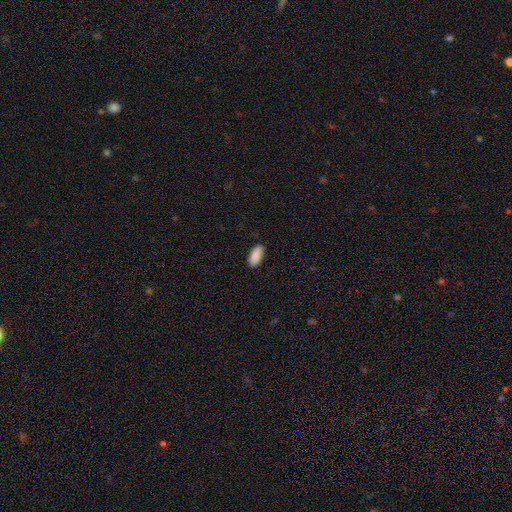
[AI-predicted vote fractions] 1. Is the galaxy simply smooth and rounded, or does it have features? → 90% smooth, 6% star or artifact, 3% featured or disk.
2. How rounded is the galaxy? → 88% in between, 11% cigar-shaped, 2% round.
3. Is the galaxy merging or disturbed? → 88% none, 9% minor disturbance, 2% major disturbance, 1% merger.